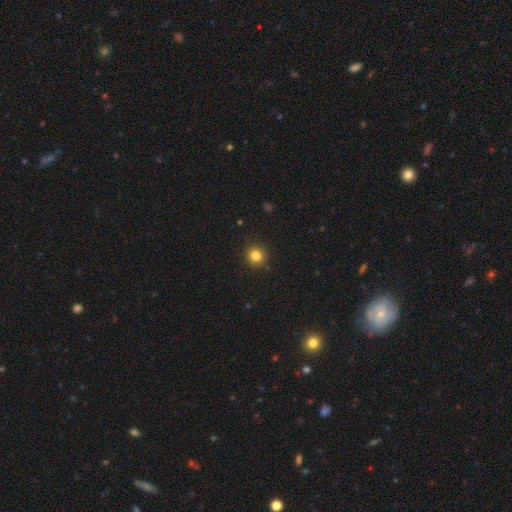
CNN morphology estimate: smooth 83%, star or artifact 12%, featured or disk 5%. Down the decision tree: how rounded — round (93%); merging — none (91%).